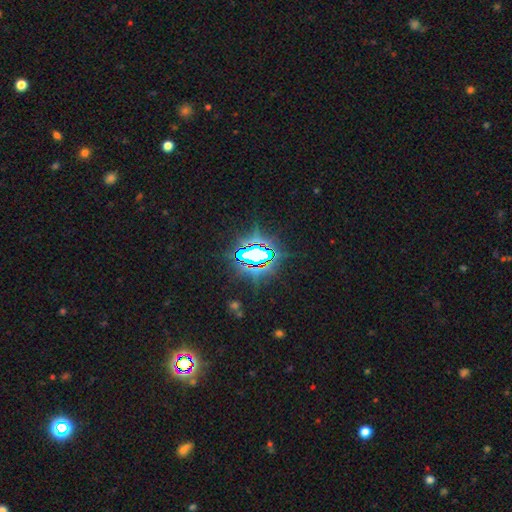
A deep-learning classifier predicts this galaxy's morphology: A star or artifact, not a galaxy (78%).